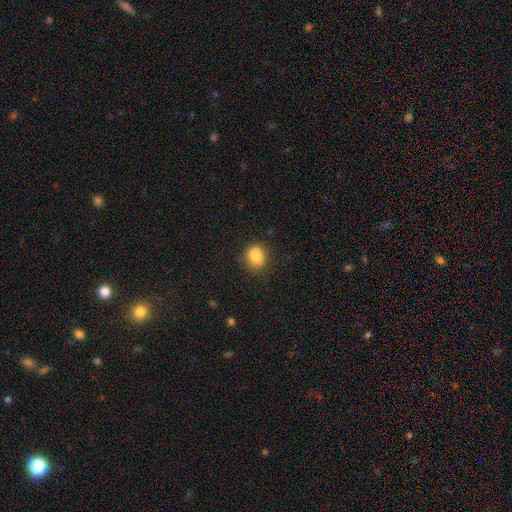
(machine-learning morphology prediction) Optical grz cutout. It shows a smooth galaxy with no disk features (82%) that is in between round and cigar-shaped (54%). Merging: none (65%).